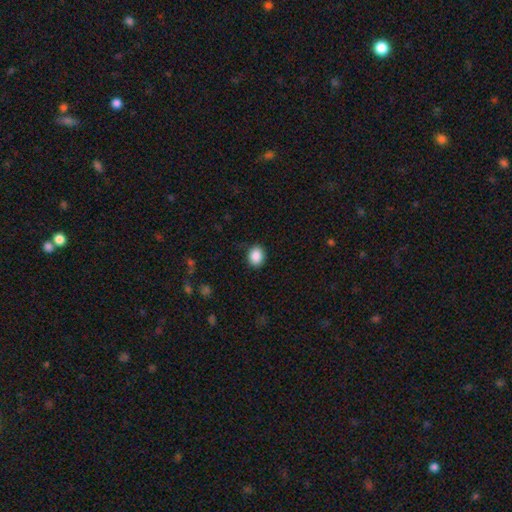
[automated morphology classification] Smooth or featured?
  - smooth: 89% *
  - star or artifact: 8%
  - featured or disk: 3%
How rounded?
  - round: 57% *
  - in between: 42%
  - cigar-shaped: 1%
Merging?
  - none: 87% *
  - minor disturbance: 9%
  - major disturbance: 3%
  - merger: 1%